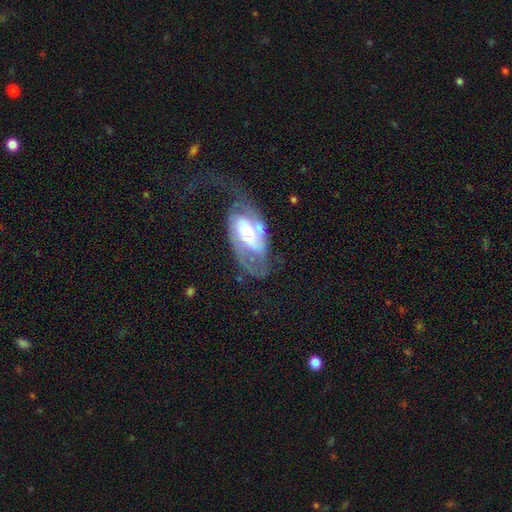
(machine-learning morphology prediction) This appears to be a featured or disk galaxy (83%) with a weak bar (42%), 2 (70%) medium (44%) spiral arms (93%) and a moderate central bulge (54%). Merging: none (40%).